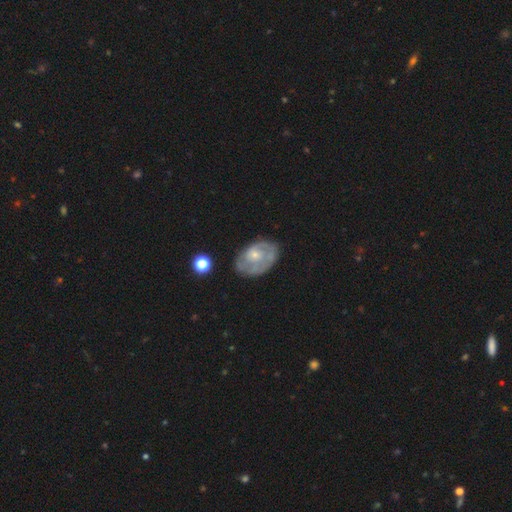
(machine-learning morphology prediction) This is likely a featured or disk galaxy (62%). It is clearly not viewed edge-on (96%). Bar: likely no (77%). Spiral arm pattern: likely yes (65%). Central bulge: likely small (67%). Merging: likely none (63%).